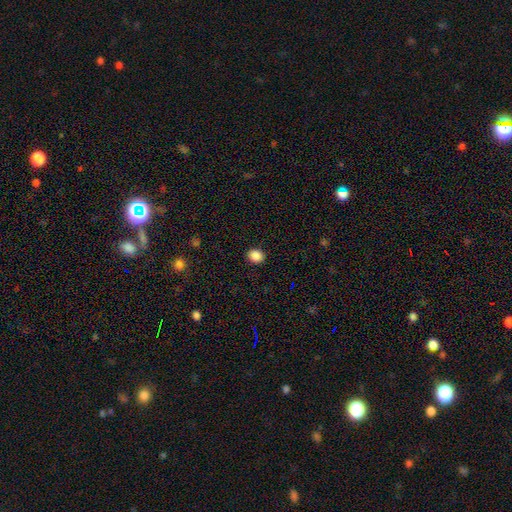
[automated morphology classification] This appears to be a smooth galaxy with no disk features (88%) that is round (55%). Merging: none (90%).